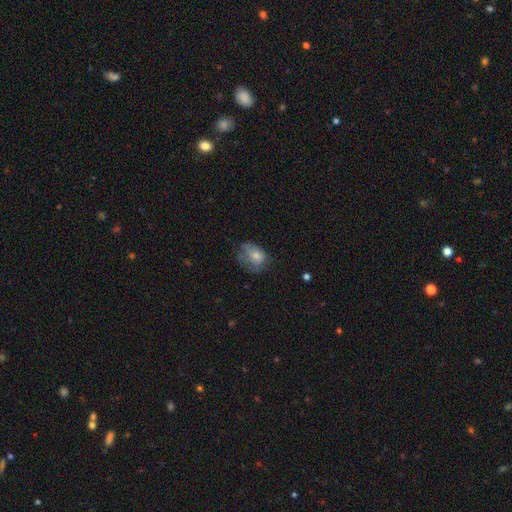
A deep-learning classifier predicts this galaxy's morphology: Q: Smooth or featured?
A: smooth (60%); runner-up: featured or disk (28%)
Q: How rounded?
A: in between (65%); runner-up: round (34%)
Q: Merging?
A: none (46%); runner-up: minor disturbance (30%)